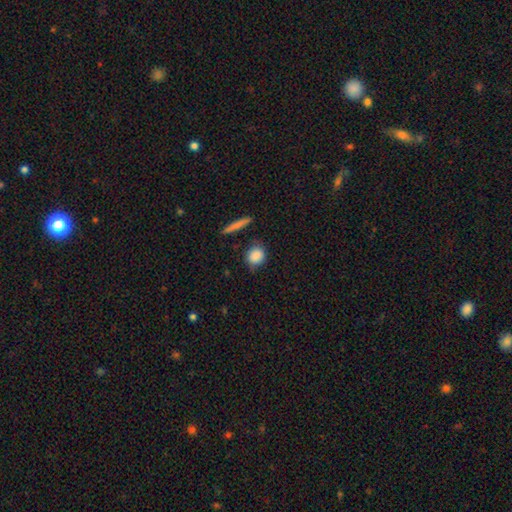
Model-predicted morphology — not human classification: A smooth galaxy with no disk features (86%) that is round (76%). Merging: none (76%).